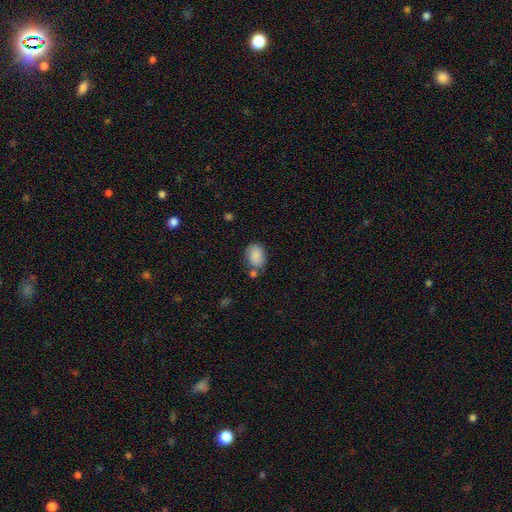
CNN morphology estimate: Overall: smooth (82%). How rounded: in between (69%; round 30%). Merging: none (65%).